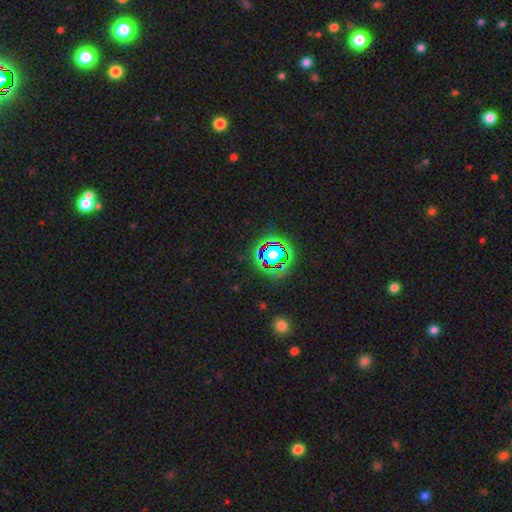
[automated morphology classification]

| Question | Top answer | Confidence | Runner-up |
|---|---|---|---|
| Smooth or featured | star or artifact | 79% | smooth (13%) |